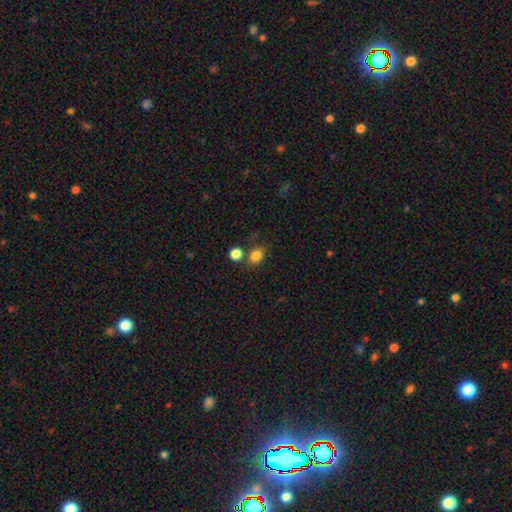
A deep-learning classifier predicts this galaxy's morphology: The model was most divided on "how rounded": in between: 54%, round: 45%, cigar-shaped: 1%. More confident: smooth or featured — smooth (83%); merging — none (65%).